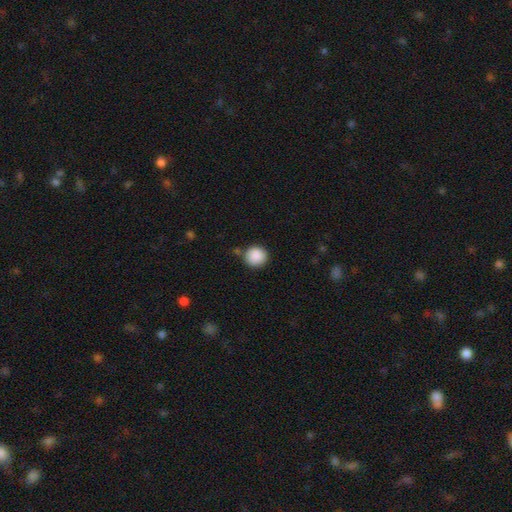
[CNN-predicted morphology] A smooth galaxy with no disk features (89%) that is round (92%). Merging: none (81%).